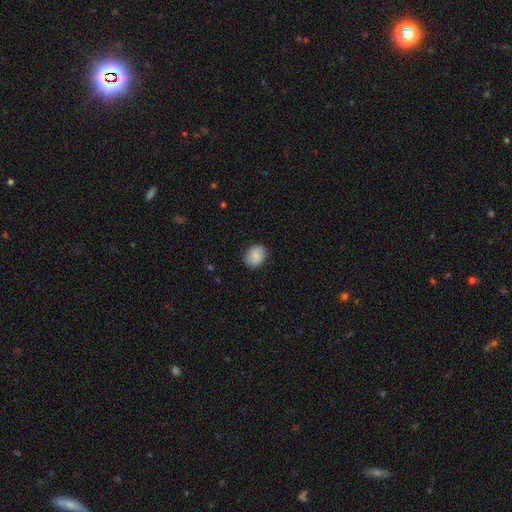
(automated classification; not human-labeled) Q: Smooth or featured?
A: smooth (80%); runner-up: featured or disk (12%)
Q: How rounded?
A: in between (52%); runner-up: round (47%)
Q: Merging?
A: none (84%); runner-up: minor disturbance (13%)